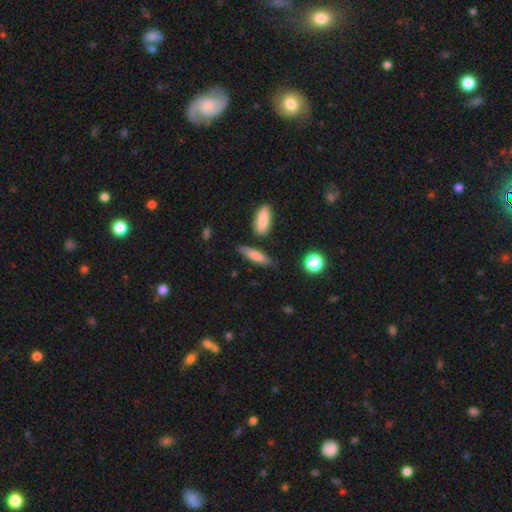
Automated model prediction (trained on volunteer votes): A smooth galaxy with no disk features (73%) that is cigar-shaped (66%).

Vote fractions:
- Smooth or featured? smooth: 73% / featured or disk: 20% / star or artifact: 7%
- How rounded? cigar-shaped: 66% / in between: 31% / round: 3%
- Merging? none: 77% / minor disturbance: 15% / merger: 5% / major disturbance: 3%